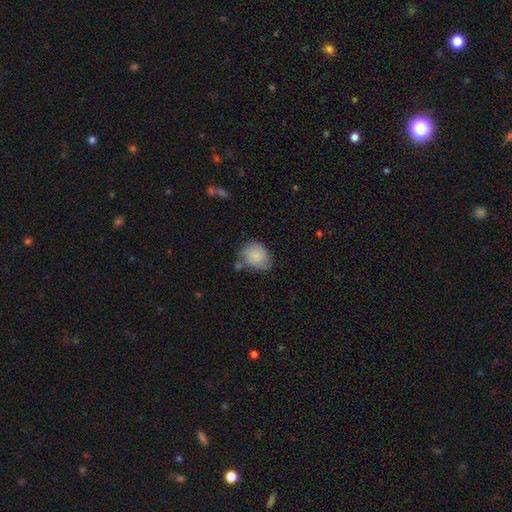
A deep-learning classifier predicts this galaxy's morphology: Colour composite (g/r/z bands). It shows a smooth galaxy with no disk features (80%) that is in between round and cigar-shaped (52%). Merging: none (54%).